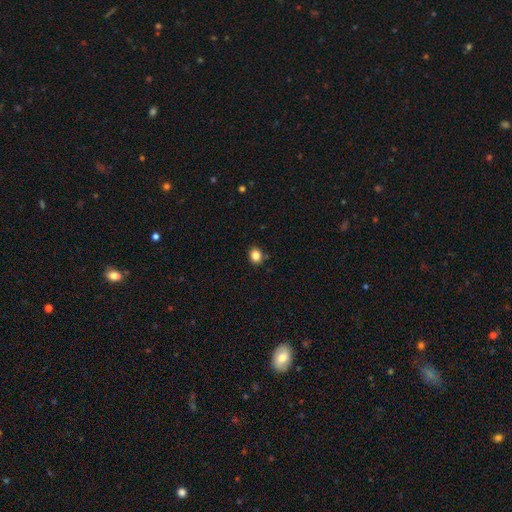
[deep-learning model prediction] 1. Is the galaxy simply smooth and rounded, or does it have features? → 84% smooth, 11% star or artifact, 5% featured or disk.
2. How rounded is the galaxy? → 67% round, 32% in between, 1% cigar-shaped.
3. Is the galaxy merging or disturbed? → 87% none, 9% minor disturbance, 2% major disturbance, 2% merger.